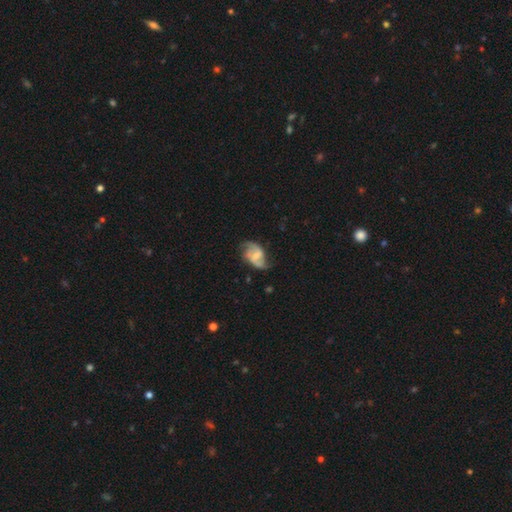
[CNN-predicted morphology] A featured or disk galaxy (81%) with a weak bar (53%), 2 (89%) loose (44%) spiral arms (95%) and no central bulge (35%, tied with small).

Vote fractions:
- Smooth or featured? featured or disk: 81% / smooth: 13% / star or artifact: 6%
- Edge-on disk? no: 98% / yes: 2%
- Bar? weak: 53% / no: 25% / strong: 22%
- Spiral arms? yes: 95% / no: 5%
- Spiral winding? loose: 44% / medium: 43% / tight: 13%
- Spiral arm count? 2: 89% / can't tell: 5% / 3: 2% / 1: 2% / 4: 1% / more than 4: 1%
- Bulge size? none: 35% (tied) / small: 35% (tied) / moderate: 25% / large: 4% / dominant: 1%
- Merging? none: 65% / minor disturbance: 21% / major disturbance: 11% / merger: 2%